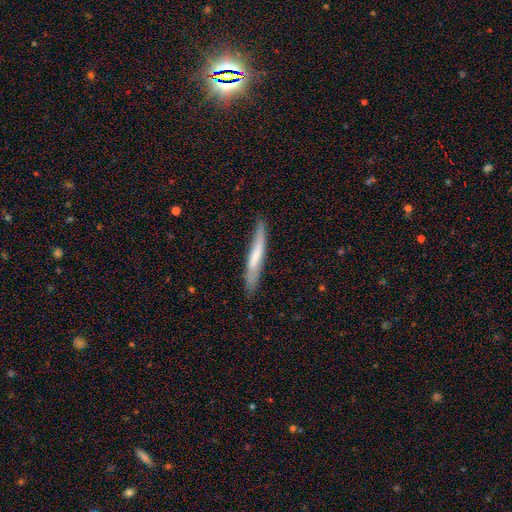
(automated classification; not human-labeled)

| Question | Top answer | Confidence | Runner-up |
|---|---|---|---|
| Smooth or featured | smooth | 55% | featured or disk (40%) |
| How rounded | cigar-shaped | 94% | in between (5%) |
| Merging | none | 74% | minor disturbance (20%) |